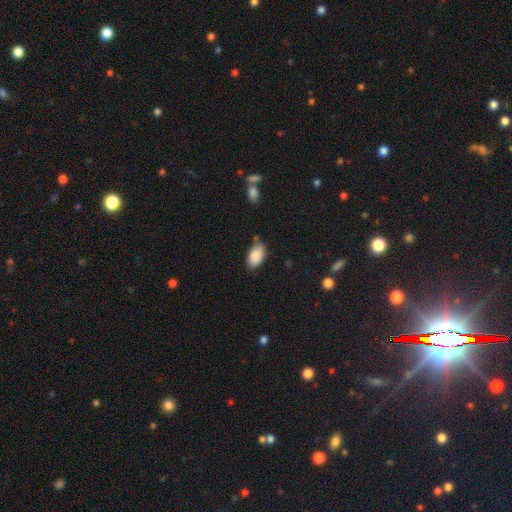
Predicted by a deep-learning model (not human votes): Overall: smooth (88%). How rounded: in between (94%). Merging: none (72%).